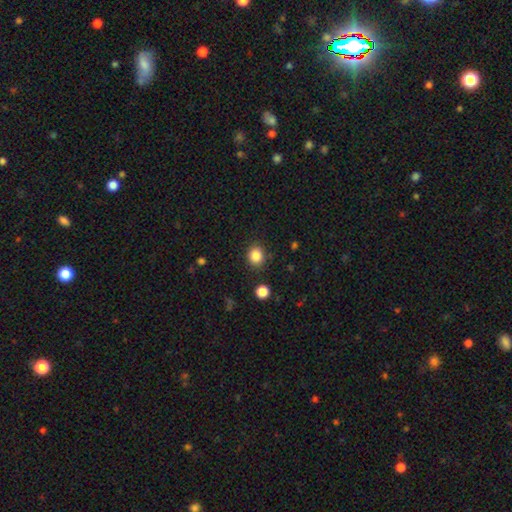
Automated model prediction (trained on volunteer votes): Q: Smooth or featured?
A: smooth (84%); runner-up: star or artifact (11%)
Q: How rounded?
A: round (77%); runner-up: in between (22%)
Q: Merging?
A: none (87%); runner-up: minor disturbance (8%)